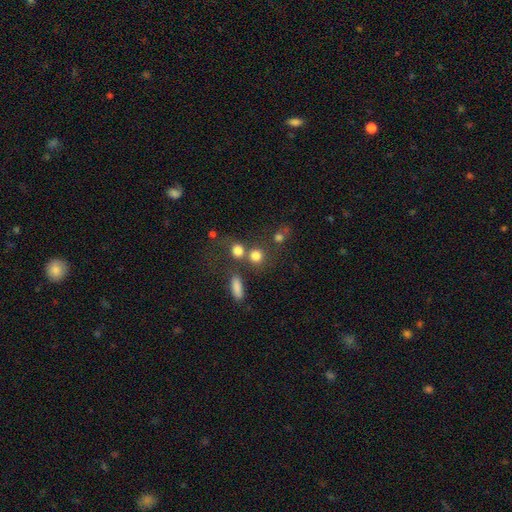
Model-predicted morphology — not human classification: type=smooth (79%); roundness=round (83%); merging=none (58%).